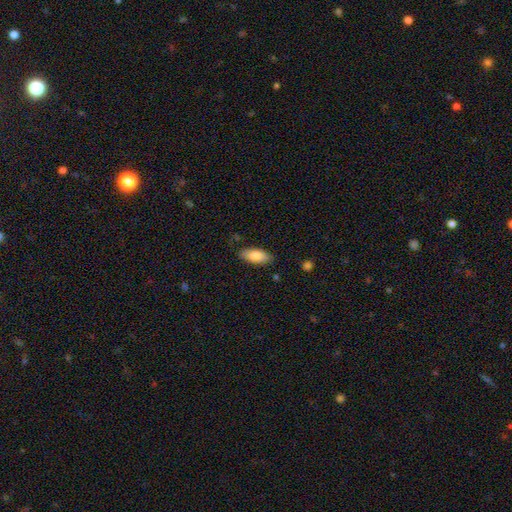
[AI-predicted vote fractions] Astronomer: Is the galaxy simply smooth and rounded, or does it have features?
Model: smooth — 82%.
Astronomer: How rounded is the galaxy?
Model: in between — 84%.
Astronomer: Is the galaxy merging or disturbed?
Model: none — 85%.